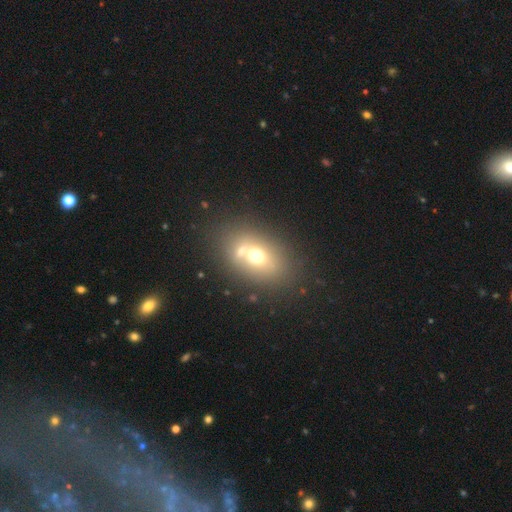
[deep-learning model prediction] Morphology: type=smooth (61%); roundness=in between (66%); merging=none (53%).